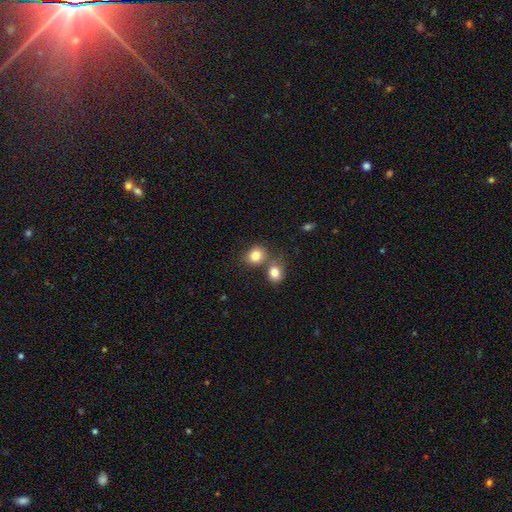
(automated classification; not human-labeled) A smooth galaxy with no disk features (82%) that is round (65%).

Vote fractions:
- Smooth or featured? smooth: 82% / star or artifact: 10% / featured or disk: 7%
- How rounded? round: 65% / in between: 34% / cigar-shaped: 1%
- Merging? none: 52% / merger: 35% / minor disturbance: 9% / major disturbance: 3%